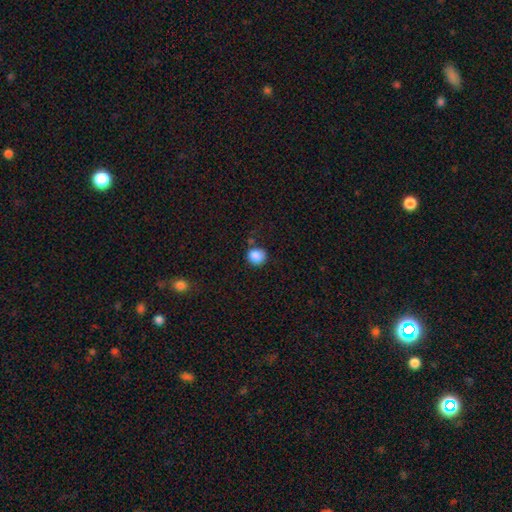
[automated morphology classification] smooth_or_featured: smooth (p=0.87) [alt: star or artifact p=0.10]
how_rounded: round (p=0.85) [alt: in between p=0.14]
merging: none (p=0.74) [alt: minor disturbance p=0.15]